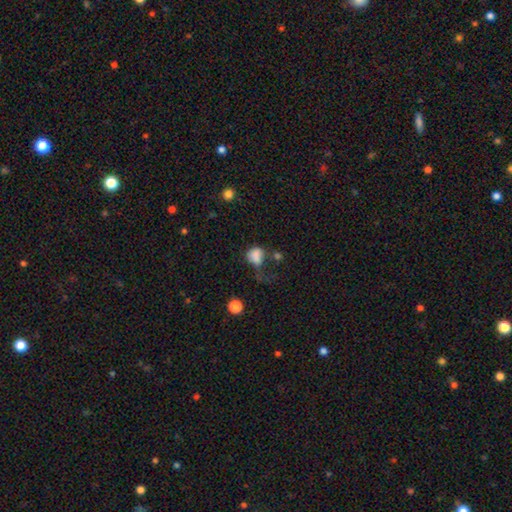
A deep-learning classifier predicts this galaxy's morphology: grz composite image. It shows a smooth galaxy with no disk features (79%) that is round (50%). Merging: major disturbance (36%).